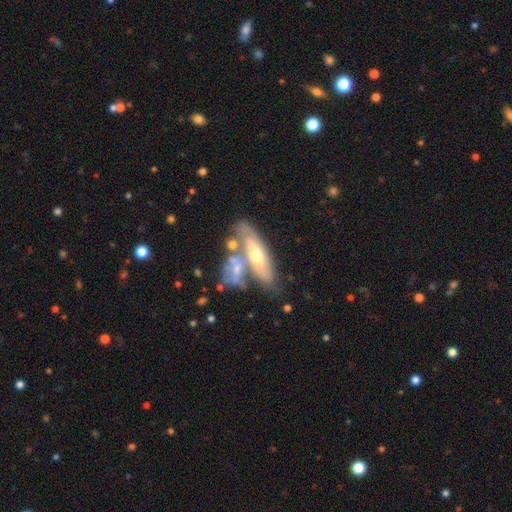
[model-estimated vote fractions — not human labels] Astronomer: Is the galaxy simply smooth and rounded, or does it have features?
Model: featured or disk — 60%.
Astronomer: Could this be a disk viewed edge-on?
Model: no — 65%.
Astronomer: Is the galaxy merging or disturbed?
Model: none — 42% (runner-up: merger, 35%).